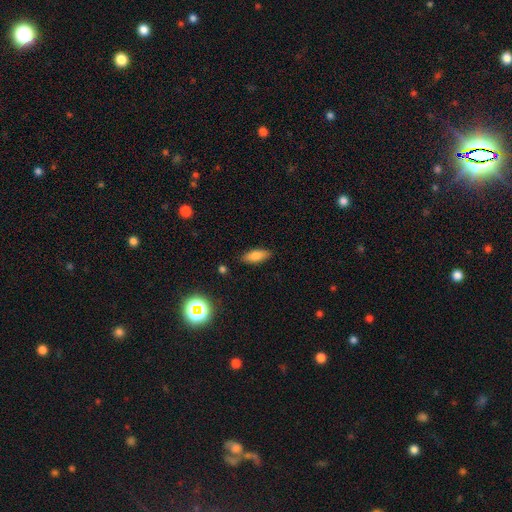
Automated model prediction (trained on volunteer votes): smooth 81%, featured or disk 10%, star or artifact 9%. Down the decision tree: how rounded — in between (75%); merging — none (86%).